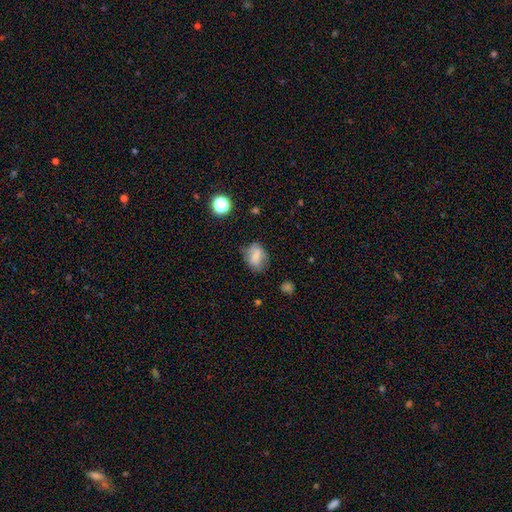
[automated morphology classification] Smooth or featured? smooth (67%)
How rounded? in between (67%)
Merging? none (61%)